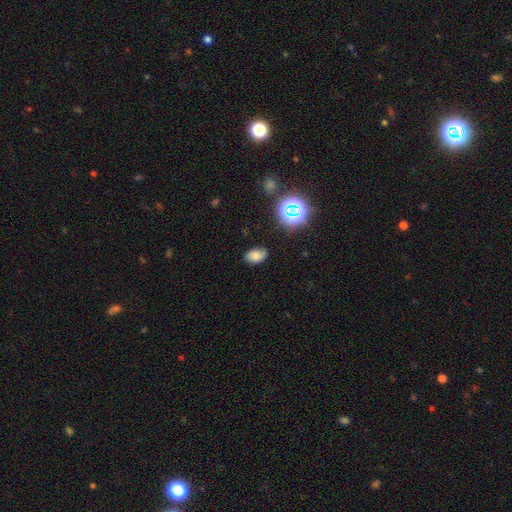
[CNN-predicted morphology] Smooth or featured?
  - smooth: 71% *
  - star or artifact: 17%
  - featured or disk: 12%
How rounded?
  - in between: 87% *
  - round: 12%
  - cigar-shaped: 1%
Merging?
  - none: 78% *
  - minor disturbance: 17%
  - major disturbance: 4%
  - merger: 2%